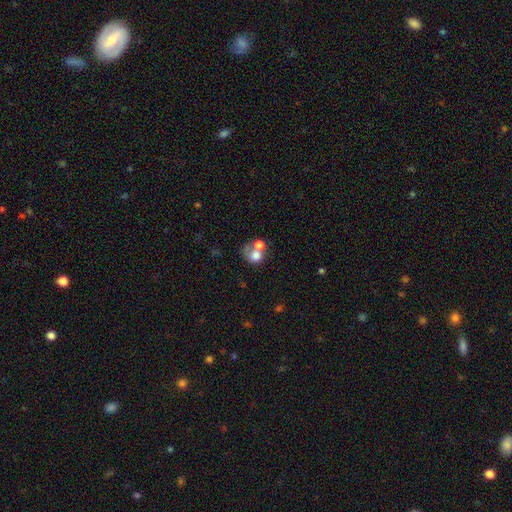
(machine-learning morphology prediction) Overall: smooth (66%). How rounded: round (69%; in between 30%). Merging: merger (57%; none 24%).